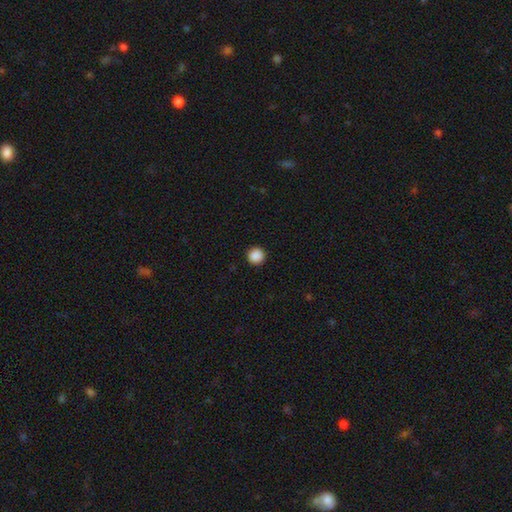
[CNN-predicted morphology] Overall: smooth (88%). How rounded: round (96%). Merging: none (93%).